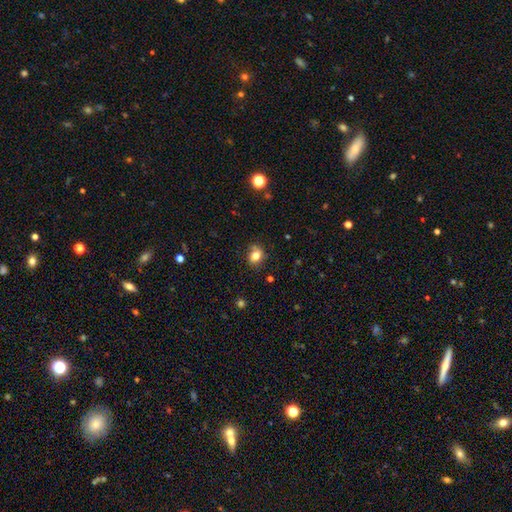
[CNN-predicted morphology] smooth_or_featured: smooth (p=0.79) [alt: star or artifact p=0.12]
how_rounded: round (p=0.50) [alt: in between p=0.49]
merging: none (p=0.70) [alt: minor disturbance p=0.19]